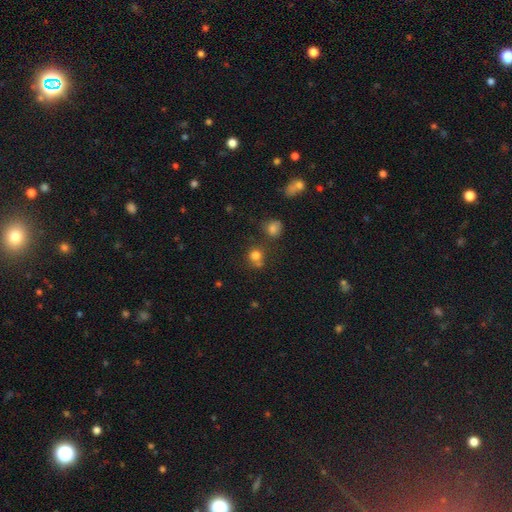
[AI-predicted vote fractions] Smooth or featured: smooth — 77% (star or artifact — 16%)
How rounded: round — 85% (in between — 14%)
Merging: none — 59% (merger — 23%)